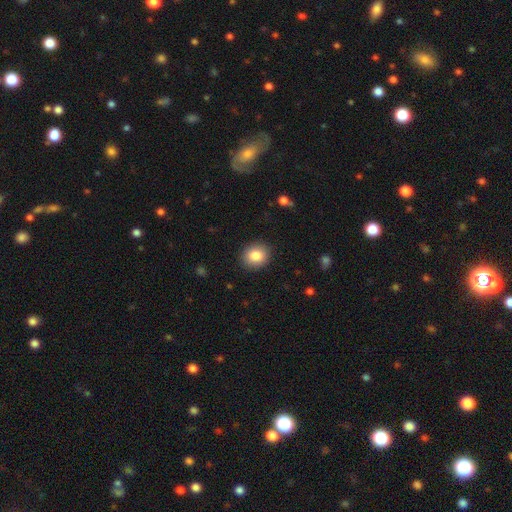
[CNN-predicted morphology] A smooth galaxy with no disk features (84%) that is round (62%).

Vote fractions:
- Smooth or featured? smooth: 84% / star or artifact: 8% / featured or disk: 7%
- How rounded? round: 62% / in between: 37% / cigar-shaped: 1%
- Merging? none: 90% / minor disturbance: 7% / major disturbance: 2% / merger: 1%